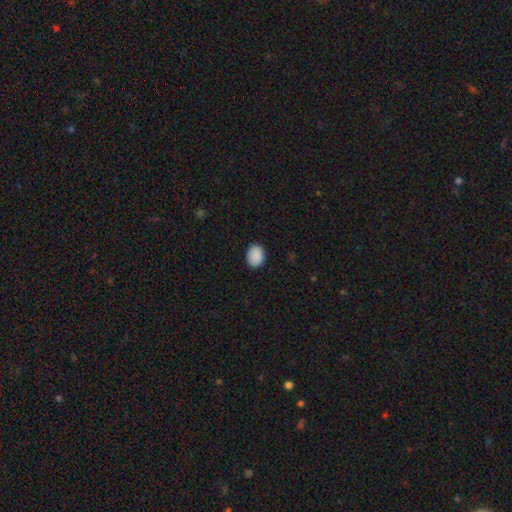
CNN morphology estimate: Q: Smooth or featured?
A: smooth (90%); runner-up: star or artifact (7%)
Q: How rounded?
A: in between (67%); runner-up: round (32%)
Q: Merging?
A: none (89%); runner-up: minor disturbance (8%)